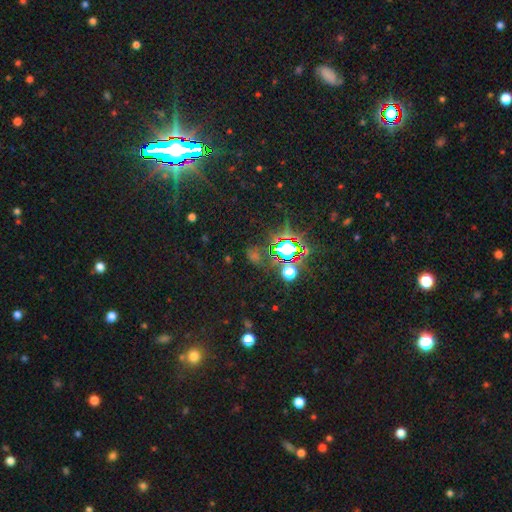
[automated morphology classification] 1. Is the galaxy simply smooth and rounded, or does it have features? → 75% star or artifact, 17% smooth, 8% featured or disk.